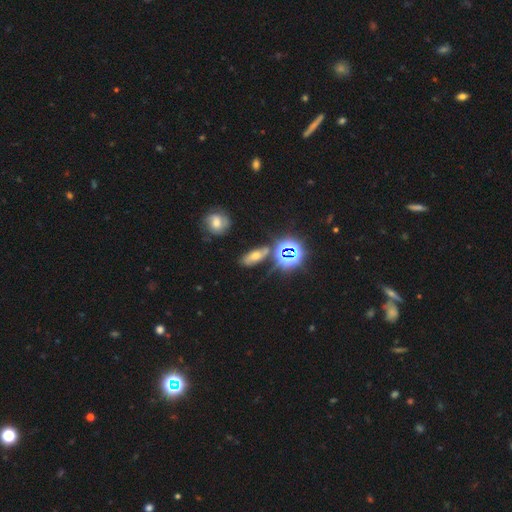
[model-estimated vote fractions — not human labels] Overall: star or artifact (40%; smooth 38%).